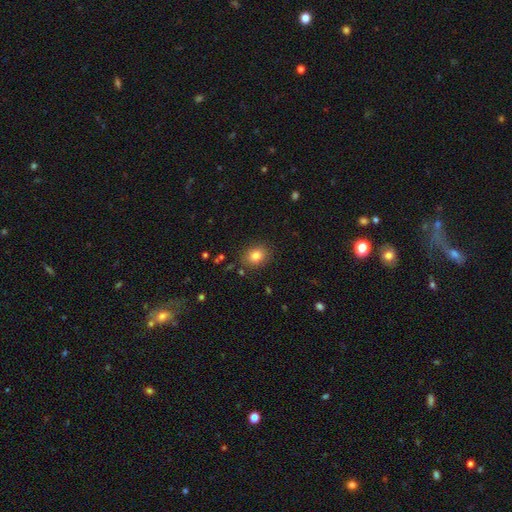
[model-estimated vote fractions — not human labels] Smooth or featured: smooth — 82% (star or artifact — 11%)
How rounded: round — 54% (in between — 45%)
Merging: none — 85% (minor disturbance — 10%)